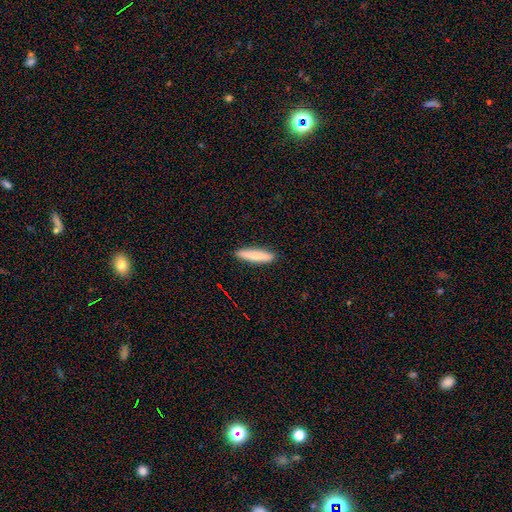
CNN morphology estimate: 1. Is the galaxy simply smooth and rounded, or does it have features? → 80% smooth, 15% featured or disk, 5% star or artifact.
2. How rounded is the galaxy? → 87% cigar-shaped, 12% in between, 1% round.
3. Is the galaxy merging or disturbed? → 91% none, 7% minor disturbance, 1% major disturbance, 1% merger.